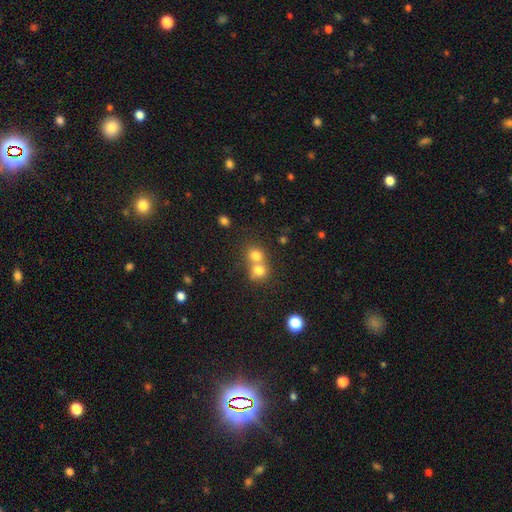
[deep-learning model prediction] Smooth or featured: smooth — 76% (star or artifact — 13%)
How rounded: round — 79% (in between — 20%)
Merging: merger — 60% (none — 33%)